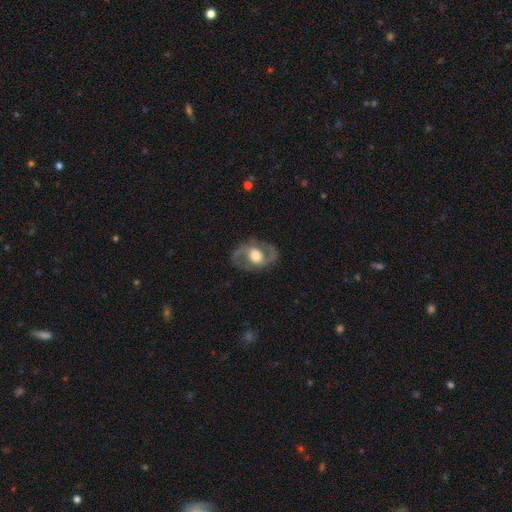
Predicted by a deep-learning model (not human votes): Smooth or featured: featured or disk — 80% (smooth — 15%)
Edge-on disk: no — 96% (yes — 4%)
Bar: no — 52% (weak — 35%)
Spiral arms: yes — 84% (no — 16%)
Spiral winding: medium — 56% (loose — 27%)
Spiral arm count: 2 — 91% (can't tell — 4%)
Bulge size: moderate — 57% (large — 32%)
Merging: none — 80% (minor disturbance — 12%)